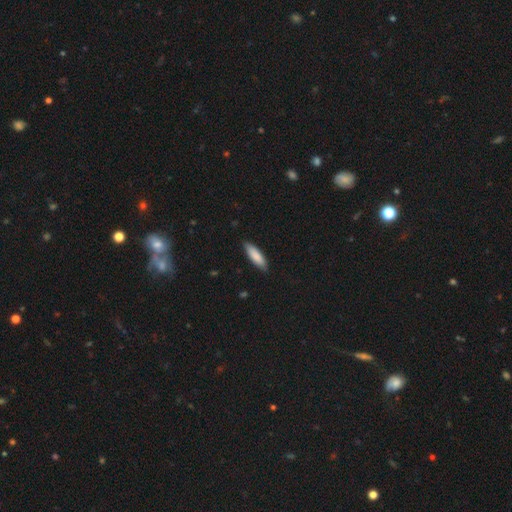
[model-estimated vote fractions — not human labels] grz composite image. It shows a smooth galaxy with no disk features (85%) that is cigar-shaped (55%). Merging: none (85%).